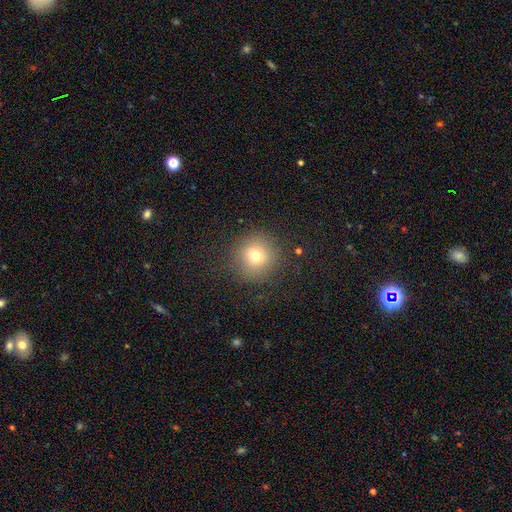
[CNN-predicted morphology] Overall: smooth (72%). How rounded: round (93%). Merging: none (85%).